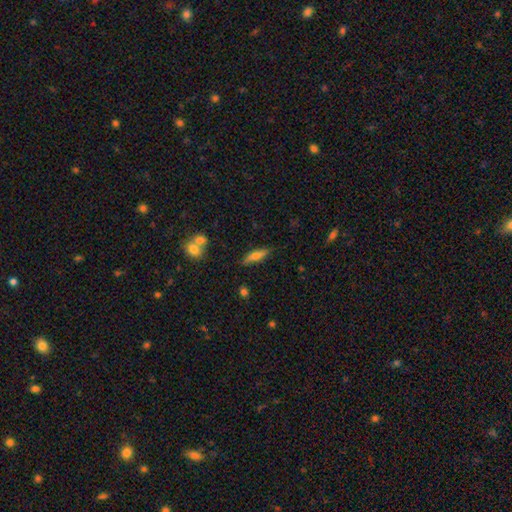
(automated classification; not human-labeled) A smooth galaxy with no disk features (67%) that is cigar-shaped (68%). Merging: none (80%).